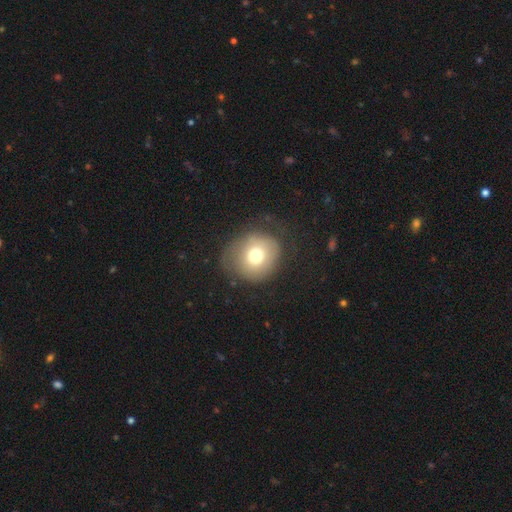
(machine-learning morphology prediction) The model was most divided on "merging": none: 58%, minor disturbance: 24%, major disturbance: 17%, merger: 2%. More confident: how rounded — round (82%); smooth or featured — smooth (69%).